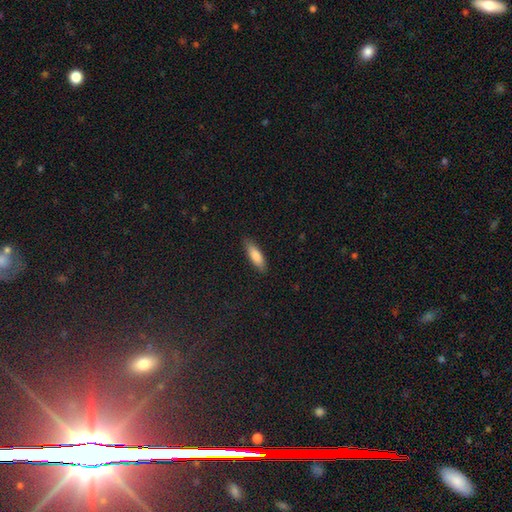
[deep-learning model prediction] Q: Smooth or featured?
A: smooth (83%); runner-up: featured or disk (11%)
Q: How rounded?
A: in between (50%); runner-up: cigar-shaped (48%)
Q: Merging?
A: none (85%); runner-up: minor disturbance (11%)